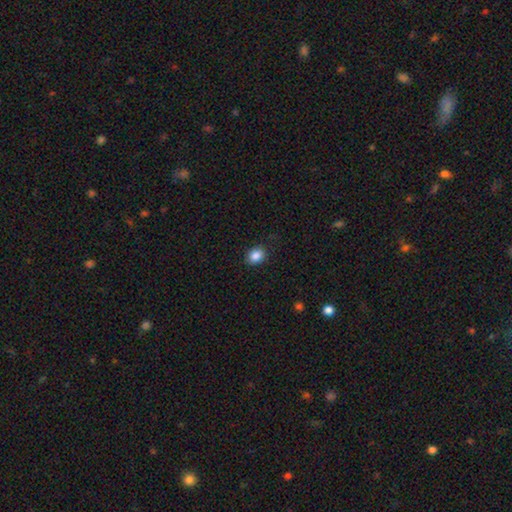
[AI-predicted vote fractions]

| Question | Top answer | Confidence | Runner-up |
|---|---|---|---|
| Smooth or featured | smooth | 87% | star or artifact (9%) |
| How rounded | in between | 58% | round (41%) |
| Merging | none | 87% | minor disturbance (10%) |